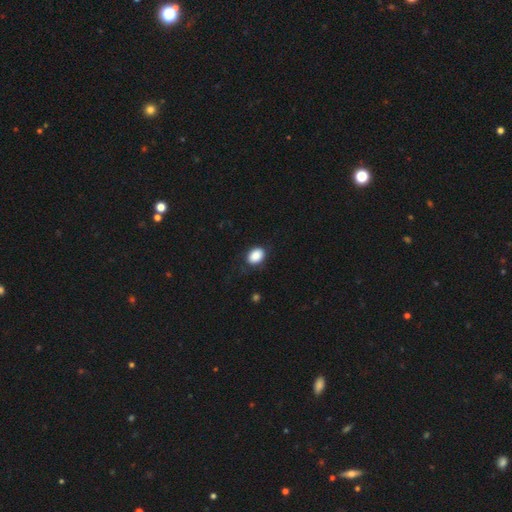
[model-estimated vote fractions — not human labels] This is clearly a smooth galaxy (88%). How rounded: likely in between (73%). Merging: likely none (77%).